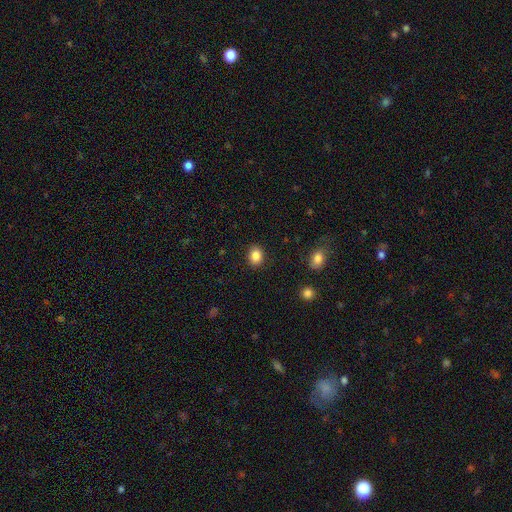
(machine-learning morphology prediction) A smooth galaxy with no disk features (86%) that is in between round and cigar-shaped (56%).

Vote fractions:
- Smooth or featured? smooth: 86% / star or artifact: 9% / featured or disk: 5%
- How rounded? in between: 56% / round: 43% / cigar-shaped: 1%
- Merging? none: 89% / minor disturbance: 8% / major disturbance: 2% / merger: 1%